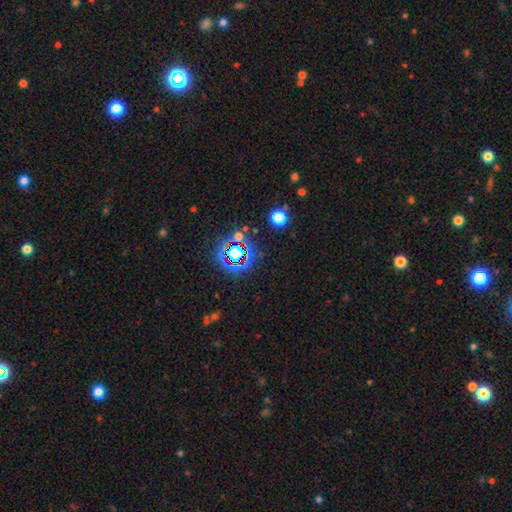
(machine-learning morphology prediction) Overall: star or artifact (65%).